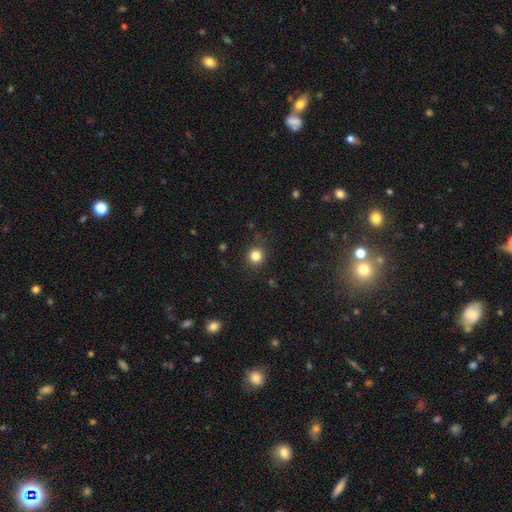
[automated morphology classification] Smooth or featured: smooth — 82% (star or artifact — 13%)
How rounded: round — 90% (in between — 9%)
Merging: none — 88% (minor disturbance — 8%)